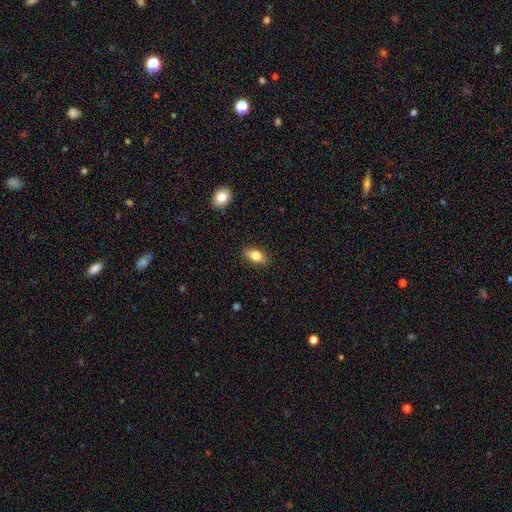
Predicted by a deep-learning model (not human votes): Smooth or featured? Predicted: smooth (p=0.80). How rounded? Predicted: in between (p=0.87). Merging? Predicted: none (p=0.88).